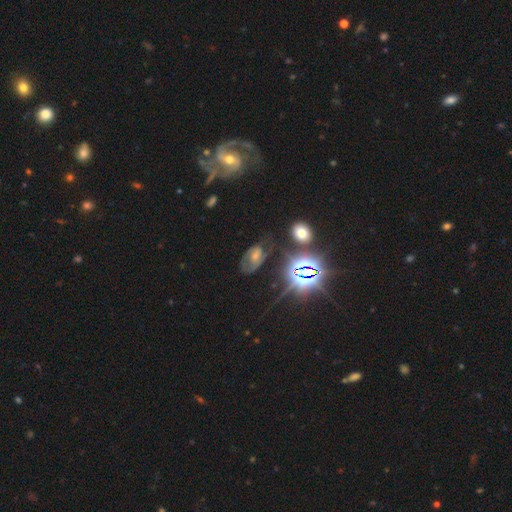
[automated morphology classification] type=featured or disk (45%); merging=none (61%).